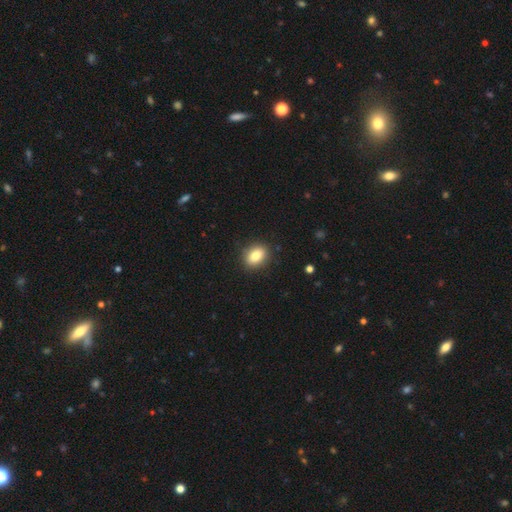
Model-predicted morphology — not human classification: Smooth or featured: smooth — 83% (star or artifact — 9%)
How rounded: in between — 68% (round — 31%)
Merging: none — 88% (minor disturbance — 8%)